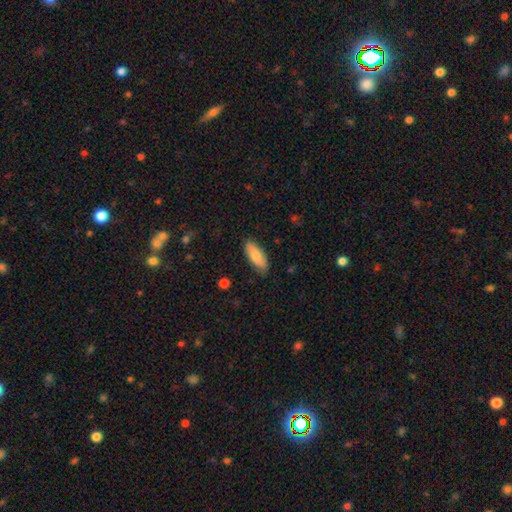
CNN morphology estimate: Smooth or featured? Predicted: smooth (p=0.76). How rounded? Predicted: in between (p=0.75). Merging? Predicted: none (p=0.82).